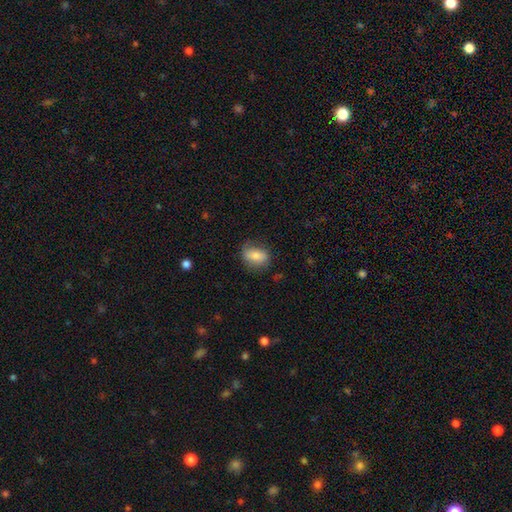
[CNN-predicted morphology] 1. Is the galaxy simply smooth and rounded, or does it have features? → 73% smooth, 20% featured or disk, 7% star or artifact.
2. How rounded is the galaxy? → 76% in between, 21% round, 3% cigar-shaped.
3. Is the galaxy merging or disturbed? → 72% none, 20% minor disturbance, 7% major disturbance, 1% merger.